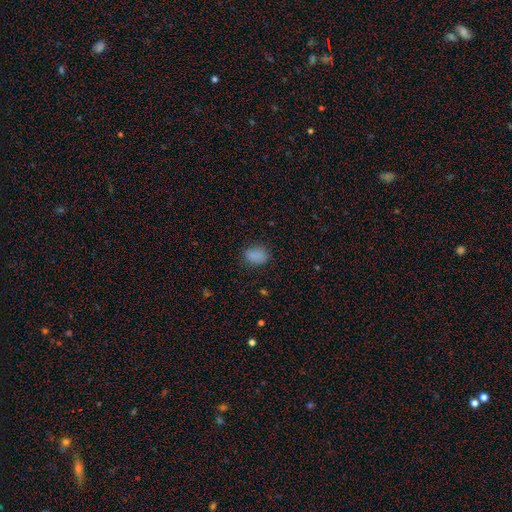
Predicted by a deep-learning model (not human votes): Smooth or featured? smooth (83%)
How rounded? in between (71%)
Merging? none (81%)